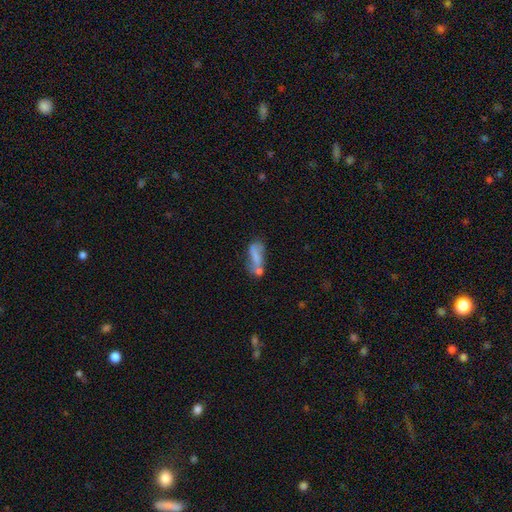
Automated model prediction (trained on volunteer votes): smooth-or-featured: smooth: 56% | featured or disk: 33% | star or artifact: 10%
  how-rounded: in between: 70% | cigar-shaped: 25% | round: 5%
  merging: merger: 34% | none: 30% | minor disturbance: 20% | major disturbance: 17%